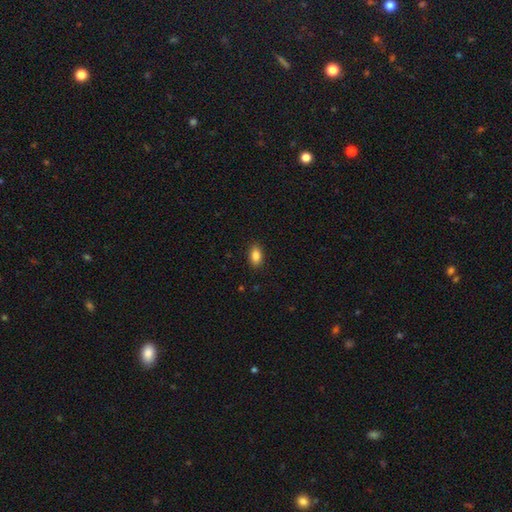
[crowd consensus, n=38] smooth-or-featured: smooth: 84% | featured or disk: 11% | star or artifact: 5%
  how-rounded: in between: 84% | round: 12% | cigar-shaped: 3%
  merging: none: 94% | minor disturbance: 3% | major disturbance: 3% | merger: 0%